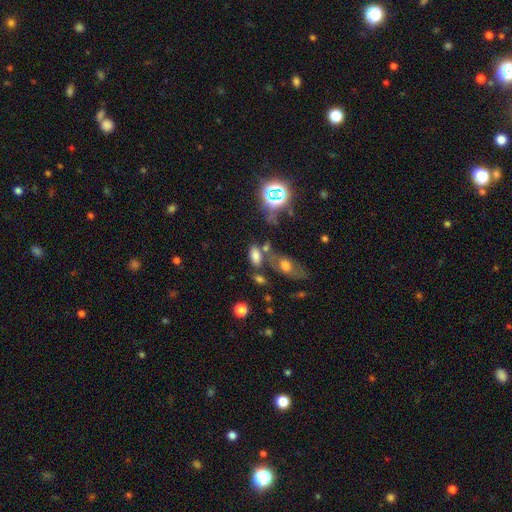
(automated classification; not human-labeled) A smooth galaxy with no disk features (72%) that is in between round and cigar-shaped (88%). Merging: none (57%).